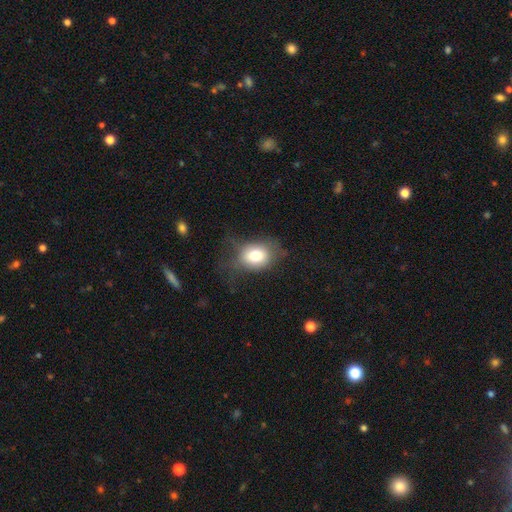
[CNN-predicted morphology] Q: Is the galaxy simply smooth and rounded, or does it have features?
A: smooth — 75%.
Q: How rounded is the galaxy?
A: in between — 58%.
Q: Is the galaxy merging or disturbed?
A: none — 53%.